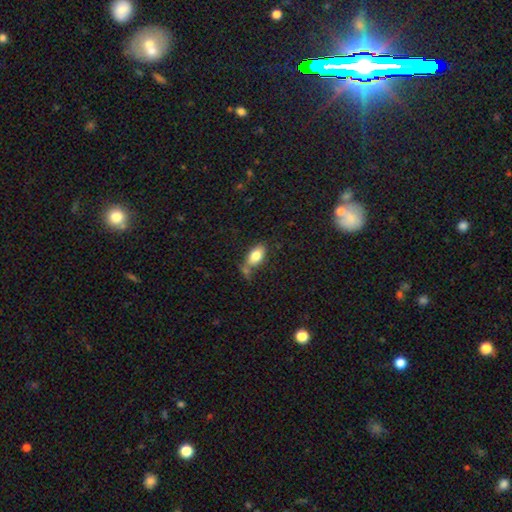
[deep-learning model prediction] Overall: smooth (80%). How rounded: in between (90%). Merging: none (52%; merger 21%).